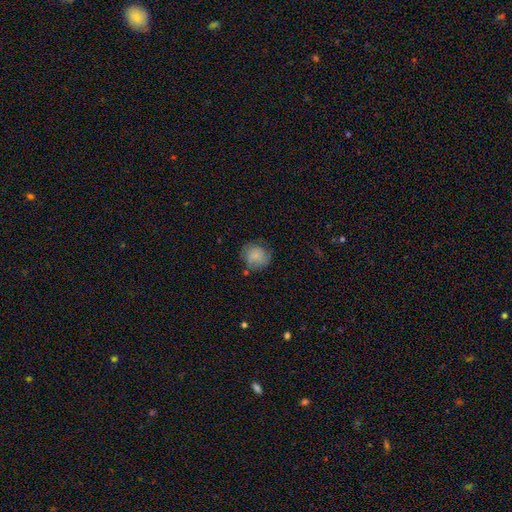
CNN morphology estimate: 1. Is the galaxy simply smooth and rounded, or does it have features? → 71% smooth, 20% featured or disk, 8% star or artifact.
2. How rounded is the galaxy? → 85% round, 14% in between, 1% cigar-shaped.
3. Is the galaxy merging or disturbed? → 65% none, 23% minor disturbance, 9% major disturbance, 3% merger.